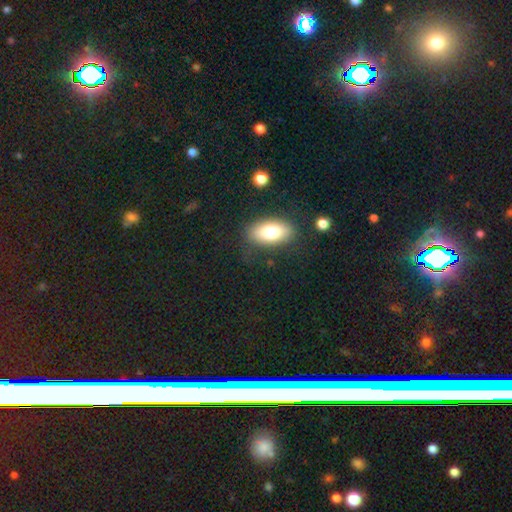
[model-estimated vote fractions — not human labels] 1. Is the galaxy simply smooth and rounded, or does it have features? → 50% star or artifact, 39% smooth, 10% featured or disk.